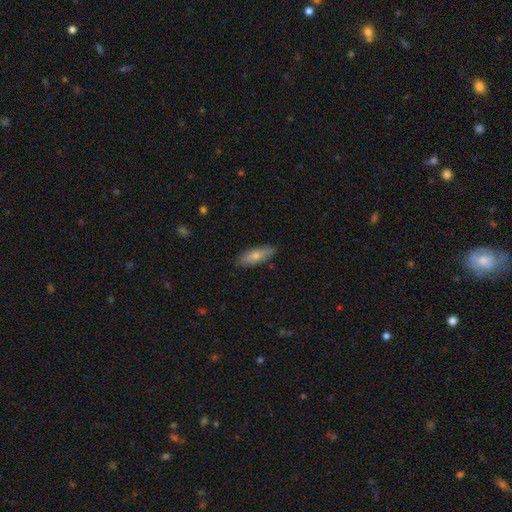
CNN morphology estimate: Overall: smooth (74%). How rounded: in between (57%; cigar-shaped 41%). Merging: none (83%).